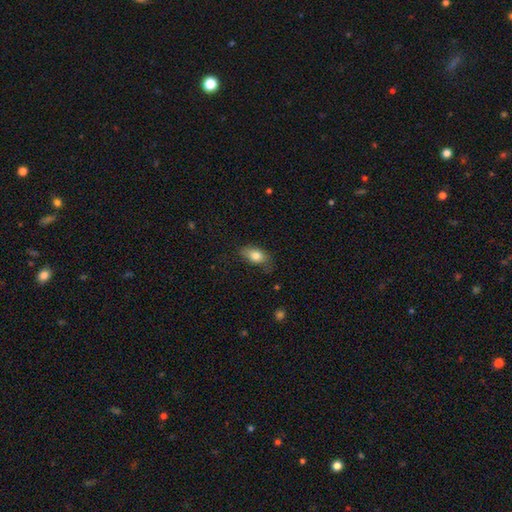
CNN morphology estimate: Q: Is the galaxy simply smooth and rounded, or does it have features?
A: smooth — 80%.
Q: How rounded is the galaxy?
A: in between — 85%.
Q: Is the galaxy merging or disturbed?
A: none — 62%.